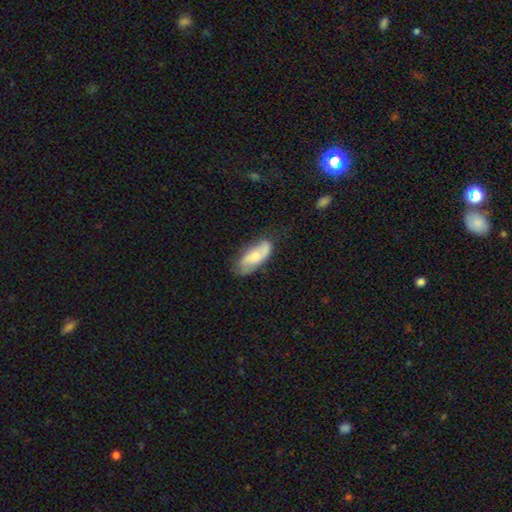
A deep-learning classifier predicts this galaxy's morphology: smooth_or_featured: smooth (p=0.56) [alt: featured or disk p=0.38]
how_rounded: in between (p=0.80) [alt: cigar-shaped p=0.17]
merging: none (p=0.61) [alt: minor disturbance p=0.28]